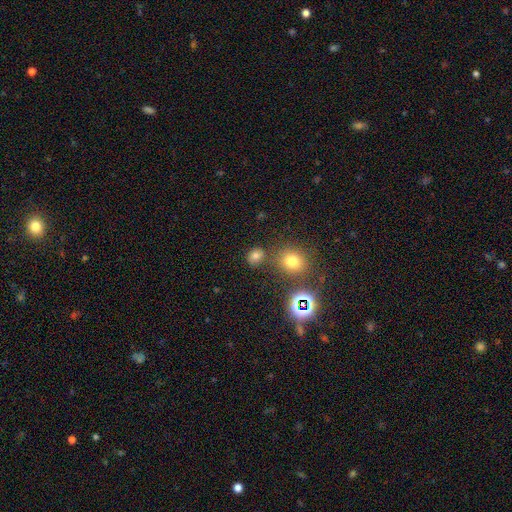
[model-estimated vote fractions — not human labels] A smooth galaxy with no disk features (70%) that is round (63%). Merging: none (77%).